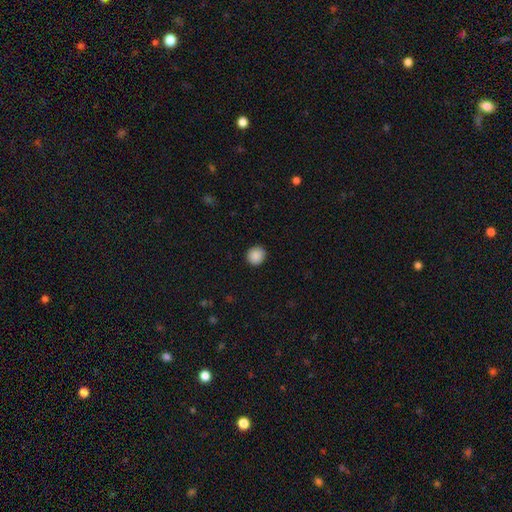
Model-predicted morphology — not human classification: smooth-or-featured: smooth: 89% | star or artifact: 8% | featured or disk: 3%
  how-rounded: round: 90% | in between: 9% | cigar-shaped: 1%
  merging: none: 91% | minor disturbance: 6% | major disturbance: 2% | merger: 1%